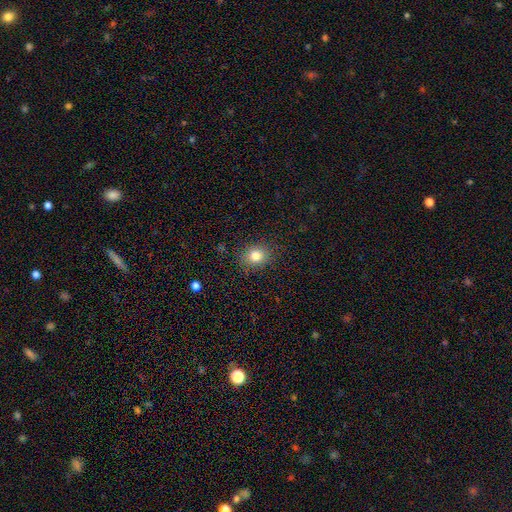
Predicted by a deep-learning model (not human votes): Q: Smooth or featured?
A: smooth (80%); runner-up: star or artifact (12%)
Q: How rounded?
A: round (71%); runner-up: in between (28%)
Q: Merging?
A: none (88%); runner-up: minor disturbance (9%)